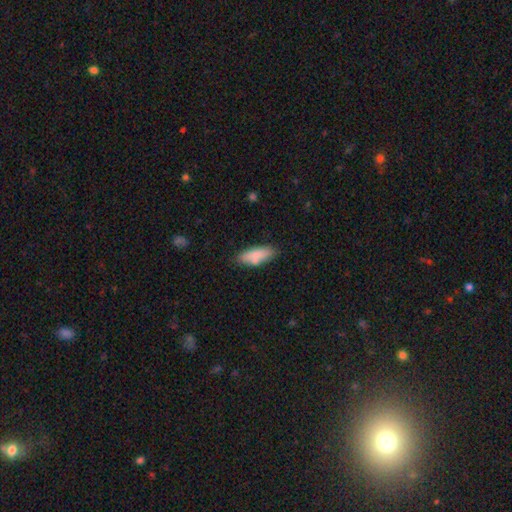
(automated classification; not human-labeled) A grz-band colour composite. It shows a smooth galaxy with no disk features (83%) that is in between round and cigar-shaped (69%). Merging: none (73%).